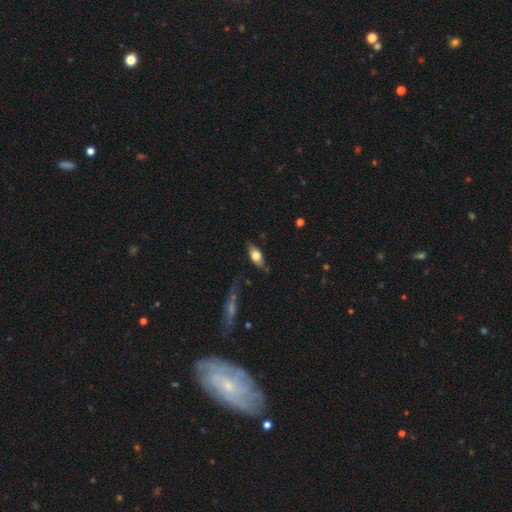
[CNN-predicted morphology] This is likely a smooth galaxy (63%). How rounded: clearly in between (81%). Merging: likely none (71%).